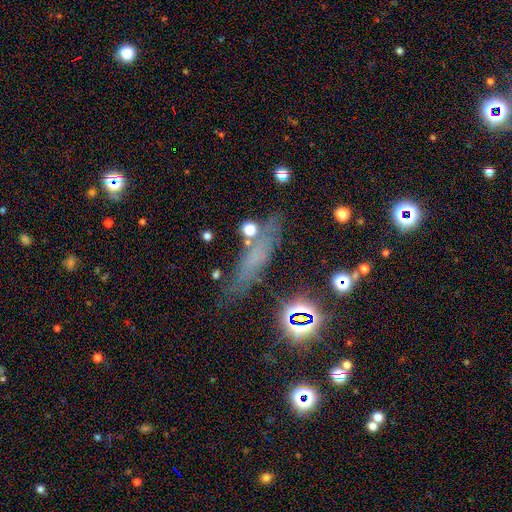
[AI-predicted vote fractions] Morphology: type=smooth (47%); merging=none (68%).